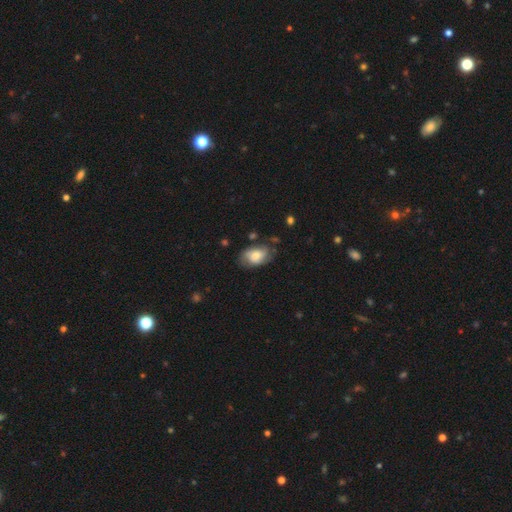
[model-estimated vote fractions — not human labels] Overall: smooth (52%; featured or disk 41%). How rounded: in between (88%). Merging: none (64%; minor disturbance 25%).